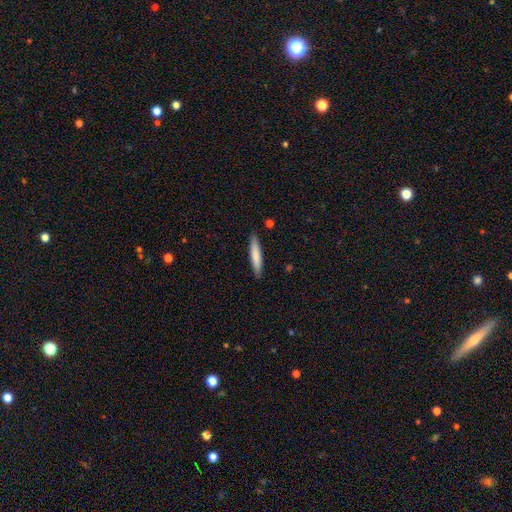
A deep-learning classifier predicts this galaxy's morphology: Smooth or featured? smooth (78%)
How rounded? cigar-shaped (90%)
Merging? none (89%)